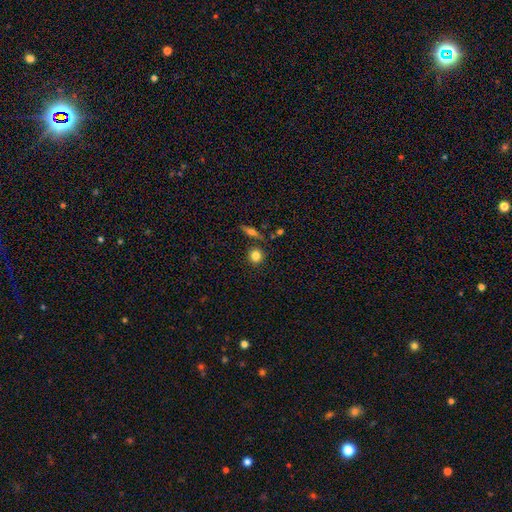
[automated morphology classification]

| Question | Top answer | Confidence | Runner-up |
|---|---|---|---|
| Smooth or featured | smooth | 80% | star or artifact (10%) |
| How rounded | round | 90% | in between (8%) |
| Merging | none | 82% | minor disturbance (8%) |